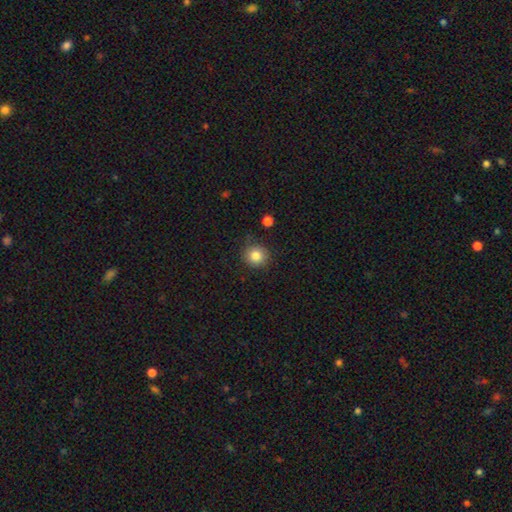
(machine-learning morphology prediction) The model was most divided on "merging": none: 83%, minor disturbance: 12%, major disturbance: 3%, merger: 2%. More confident: how rounded — round (88%); smooth or featured — smooth (84%).